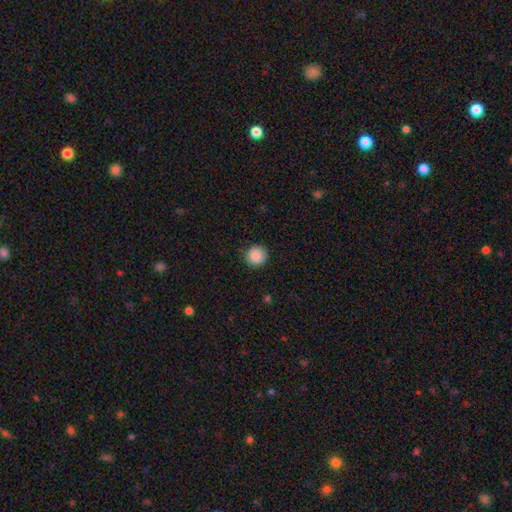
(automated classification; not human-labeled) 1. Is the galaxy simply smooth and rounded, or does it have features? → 87% smooth, 9% star or artifact, 4% featured or disk.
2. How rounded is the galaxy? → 93% round, 6% in between, 1% cigar-shaped.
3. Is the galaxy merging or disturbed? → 88% none, 8% minor disturbance, 2% major disturbance, 1% merger.